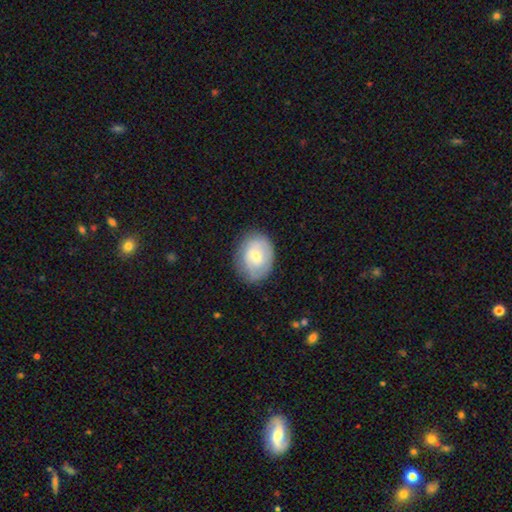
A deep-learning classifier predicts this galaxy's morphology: A featured or disk galaxy (47%, tied with smooth).

Vote fractions:
- Smooth or featured? featured or disk: 47% (tied) / smooth: 47% (tied) / star or artifact: 7%
- Merging? none: 77% / minor disturbance: 16% / major disturbance: 5% / merger: 1%